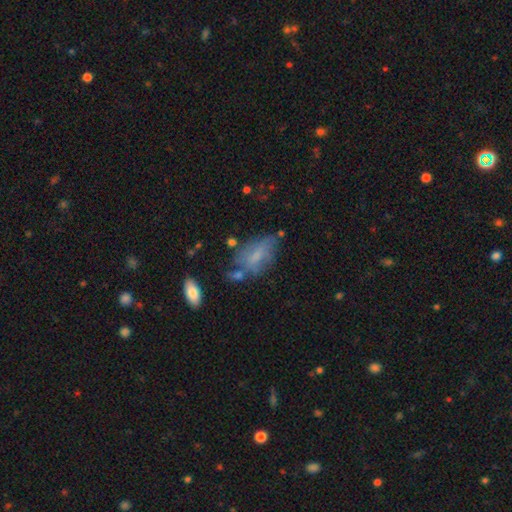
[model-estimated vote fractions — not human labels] Morphology: type=smooth (61%); roundness=in between (86%); merging=none (45%).